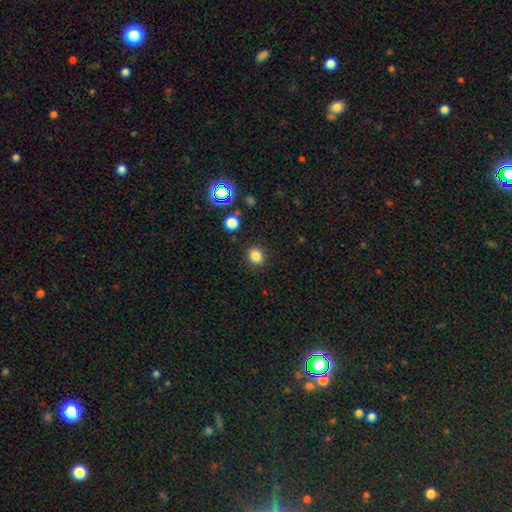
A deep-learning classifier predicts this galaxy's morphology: This appears to be a smooth galaxy with no disk features (83%) that is round (77%). Merging: none (89%).